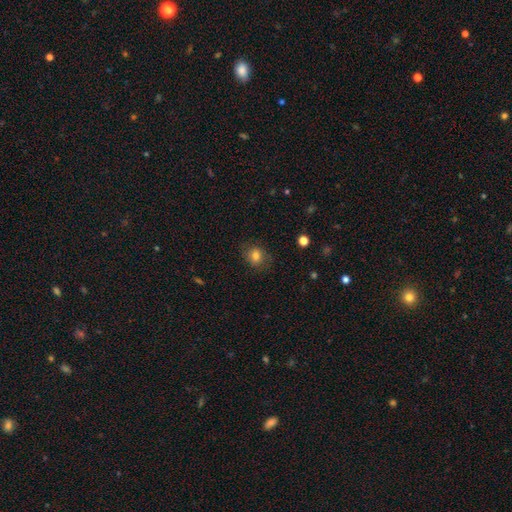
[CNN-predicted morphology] smooth 78%, featured or disk 11%, star or artifact 11%. Down the decision tree: how rounded — round (62%); merging — none (78%).